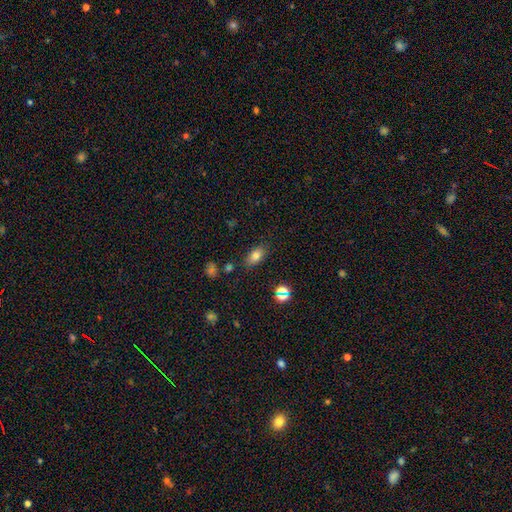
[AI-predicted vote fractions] Overall: smooth (74%). How rounded: in between (84%). Merging: none (80%).